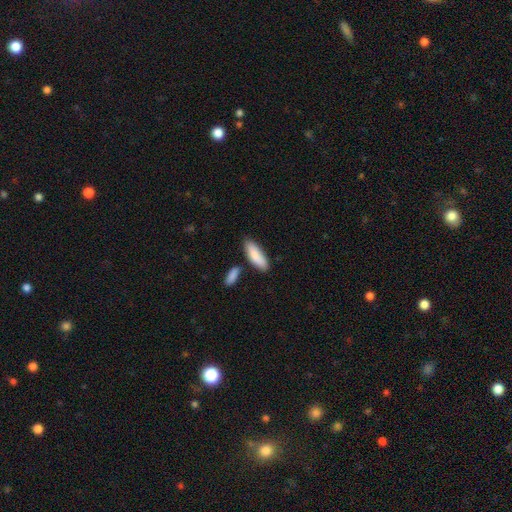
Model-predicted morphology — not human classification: This appears to be a smooth galaxy with no disk features (88%) that is in between round and cigar-shaped (67%). Merging: none (71%).